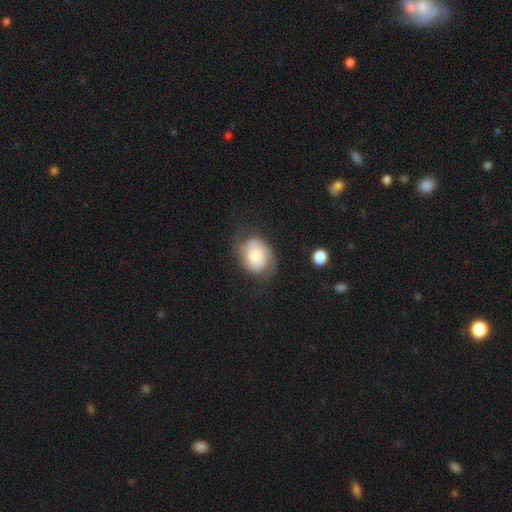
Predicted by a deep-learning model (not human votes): Morphology: type=smooth (53%); roundness=in between (60%); merging=none (54%).